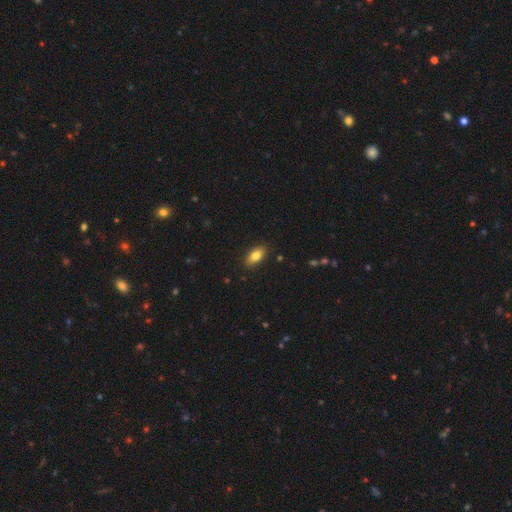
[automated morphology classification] This appears to be a smooth galaxy with no disk features (81%) that is in between round and cigar-shaped (89%). Merging: none (87%).